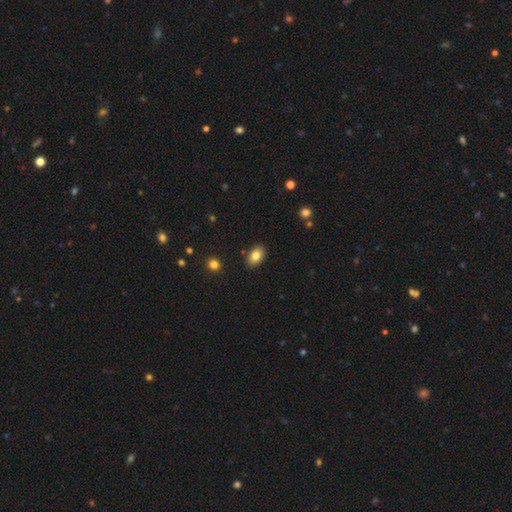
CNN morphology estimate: This is clearly a smooth galaxy (82%). How rounded: clearly in between (88%). Merging: clearly none (87%).